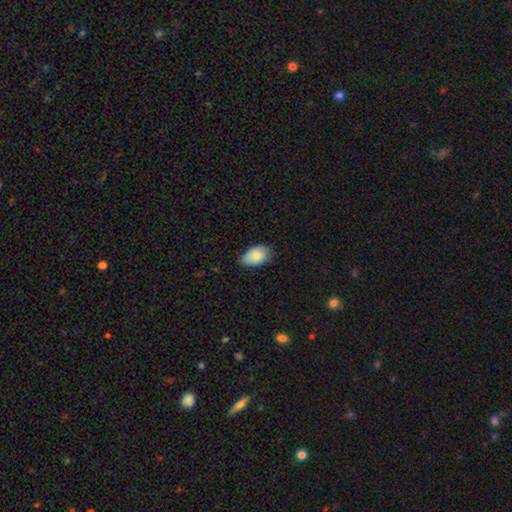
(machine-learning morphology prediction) Smooth or featured?
  - smooth: 85% *
  - featured or disk: 9%
  - star or artifact: 6%
How rounded?
  - in between: 91% *
  - round: 8%
  - cigar-shaped: 1%
Merging?
  - none: 66% *
  - minor disturbance: 29%
  - major disturbance: 4%
  - merger: 1%